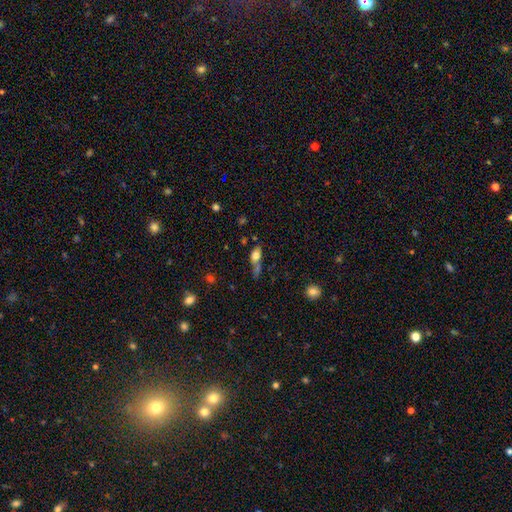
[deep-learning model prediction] smooth 69%, featured or disk 20%, star or artifact 11%. Down the decision tree: how rounded — in between (71%); merging — none (38%).